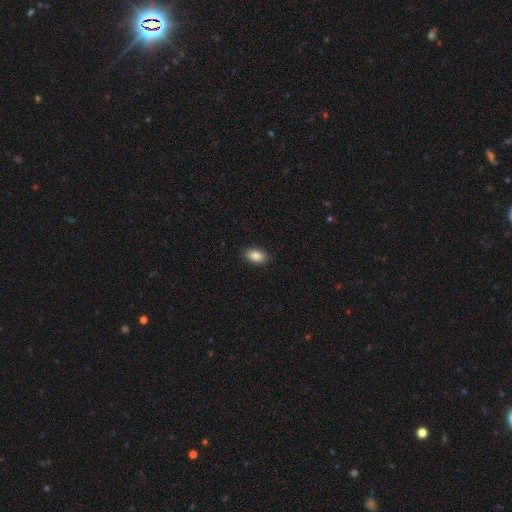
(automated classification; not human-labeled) A smooth galaxy with no disk features (88%) that is in between round and cigar-shaped (90%).

Vote fractions:
- Smooth or featured? smooth: 88% / star or artifact: 8% / featured or disk: 5%
- How rounded? in between: 90% / round: 9% / cigar-shaped: 2%
- Merging? none: 89% / minor disturbance: 8% / major disturbance: 2% / merger: 1%